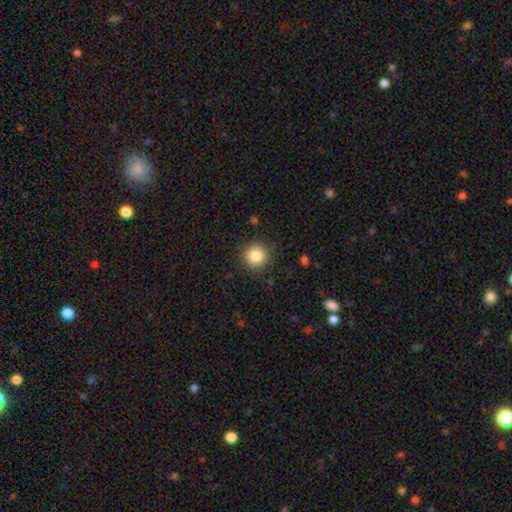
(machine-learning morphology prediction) This appears to be a smooth galaxy with no disk features (85%) that is round (94%). Merging: none (89%).